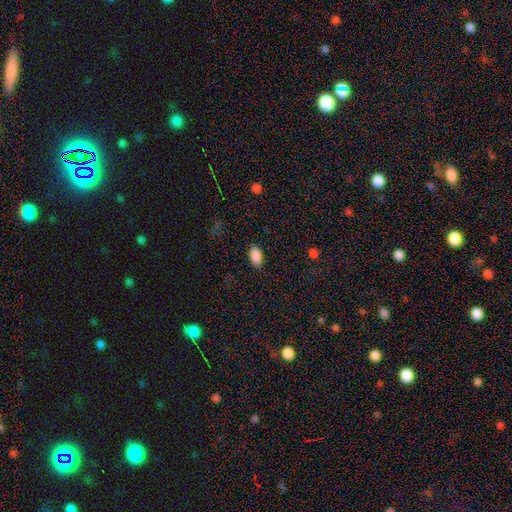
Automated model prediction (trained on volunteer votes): smooth_or_featured: smooth (p=0.89) [alt: star or artifact p=0.08]
how_rounded: in between (p=0.94) [alt: round p=0.04]
merging: none (p=0.87) [alt: minor disturbance p=0.10]